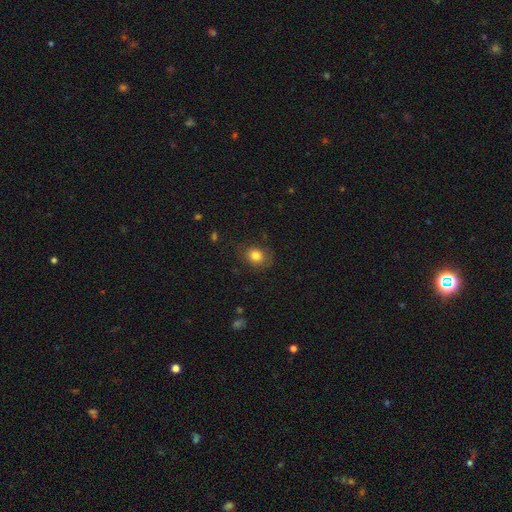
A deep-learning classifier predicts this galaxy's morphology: The model was most divided on "how rounded": in between: 50%, round: 49%, cigar-shaped: 1%. More confident: smooth or featured — smooth (82%); merging — none (78%).